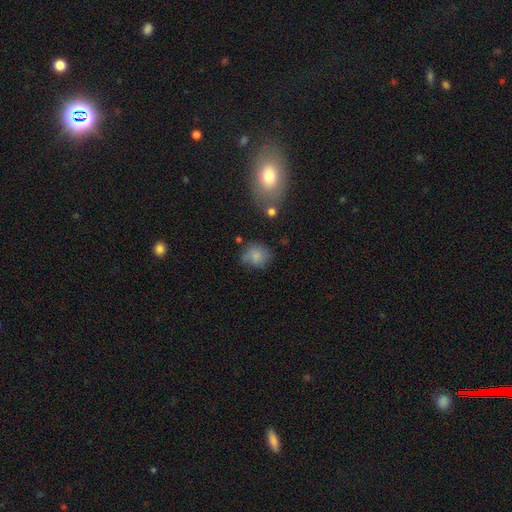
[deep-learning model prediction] smooth-or-featured: smooth: 80% | featured or disk: 11% | star or artifact: 10%
  how-rounded: round: 76% | in between: 23% | cigar-shaped: 1%
  merging: none: 64% | minor disturbance: 23% | major disturbance: 7% | merger: 6%